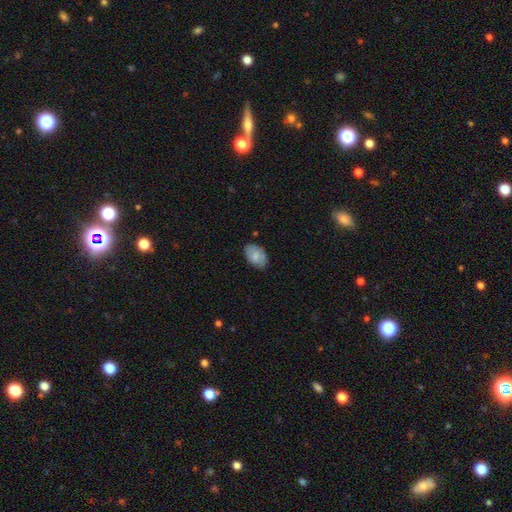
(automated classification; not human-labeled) Smooth or featured? Predicted: smooth (p=0.77). How rounded? Predicted: in between (p=0.90). Merging? Predicted: none (p=0.78).